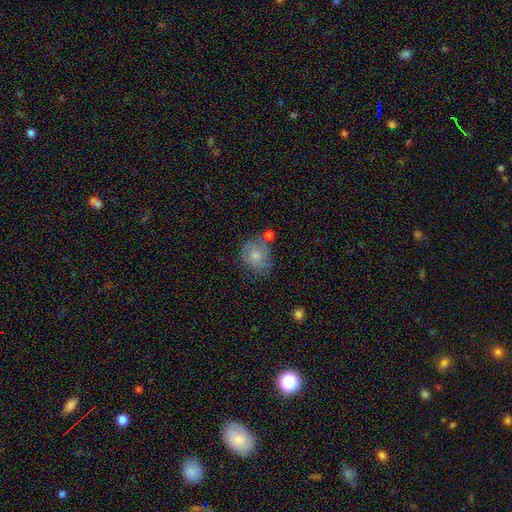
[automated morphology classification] This appears to be a smooth galaxy with no disk features (68%) that is round (58%). Merging: none (46%).